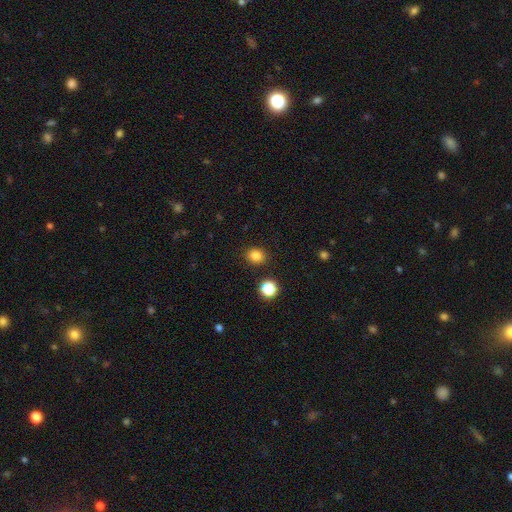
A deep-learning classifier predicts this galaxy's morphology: This appears to be a smooth galaxy with no disk features (83%) that is round (71%). Merging: none (88%).